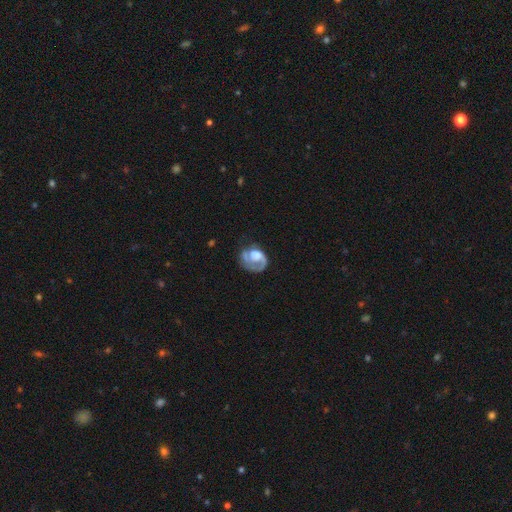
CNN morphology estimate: Overall: featured or disk (66%; smooth 27%). Edge-on disk: no (98%). Bar: no (79%). Spiral arms: yes (77%). Bulge size: large (30%; moderate 27%). Merging: none (42%; major disturbance 33%).